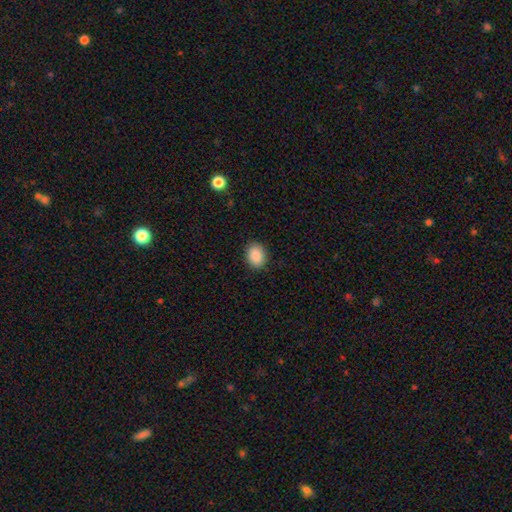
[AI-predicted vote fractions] smooth 89%, star or artifact 8%, featured or disk 3%. Down the decision tree: how rounded — in between (68%); merging — none (88%).